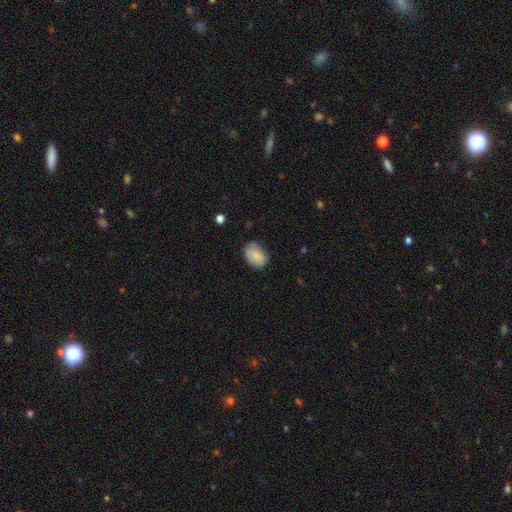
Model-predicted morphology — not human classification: The model was most divided on "merging": none: 66%, minor disturbance: 27%, major disturbance: 6%, merger: 1%. More confident: smooth or featured — smooth (82%); how rounded — in between (80%).